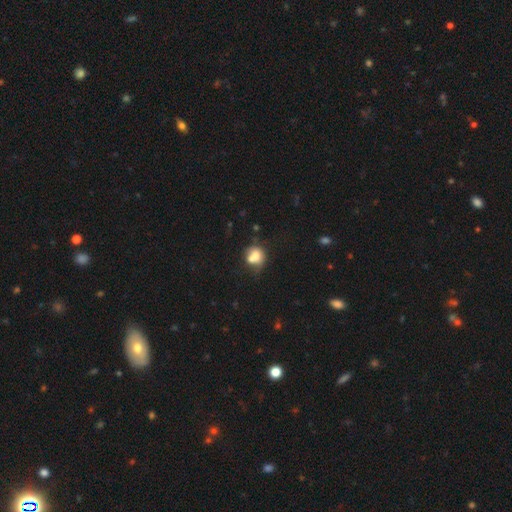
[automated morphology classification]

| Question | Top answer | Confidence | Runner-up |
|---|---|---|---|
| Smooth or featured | smooth | 70% | featured or disk (19%) |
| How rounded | round | 66% | in between (33%) |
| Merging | merger | 39% | none (35%) |